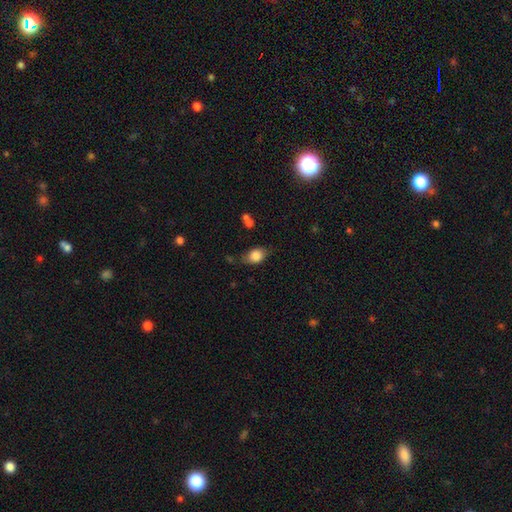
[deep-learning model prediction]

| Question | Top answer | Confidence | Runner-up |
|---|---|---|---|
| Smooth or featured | smooth | 82% | featured or disk (11%) |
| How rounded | in between | 77% | round (21%) |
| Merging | none | 69% | minor disturbance (23%) |